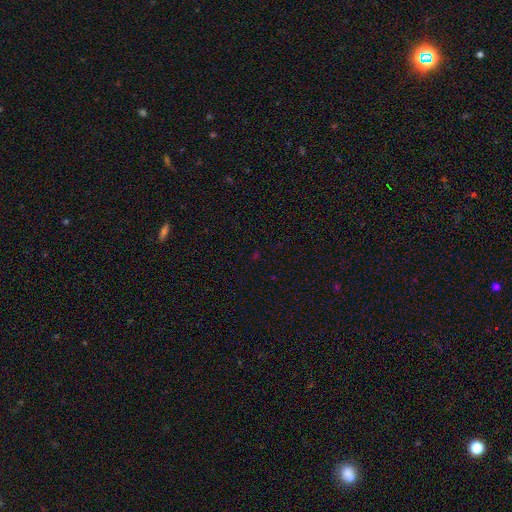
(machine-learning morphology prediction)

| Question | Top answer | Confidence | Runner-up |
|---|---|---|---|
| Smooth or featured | star or artifact | 66% | smooth (27%) |